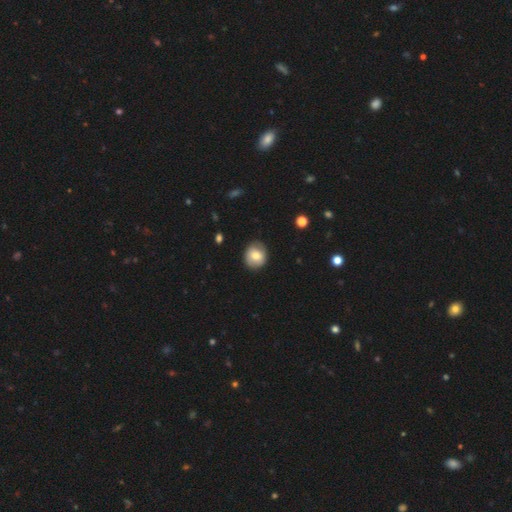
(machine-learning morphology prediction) type=smooth (74%); roundness=round (76%); merging=none (82%).